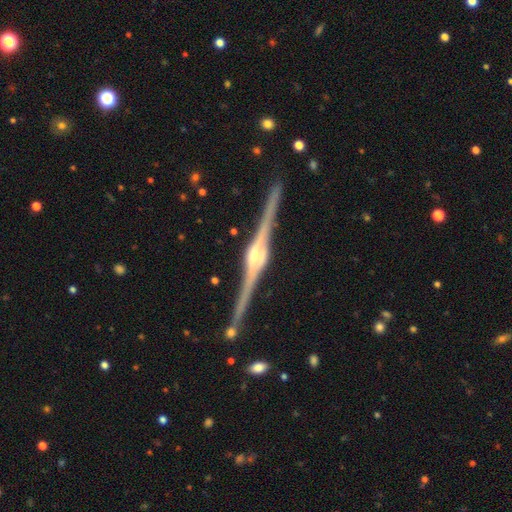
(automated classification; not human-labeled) A featured or disk galaxy (92%) viewed edge-on (98%) with a rounded central bulge (86%). Merging: none (88%).